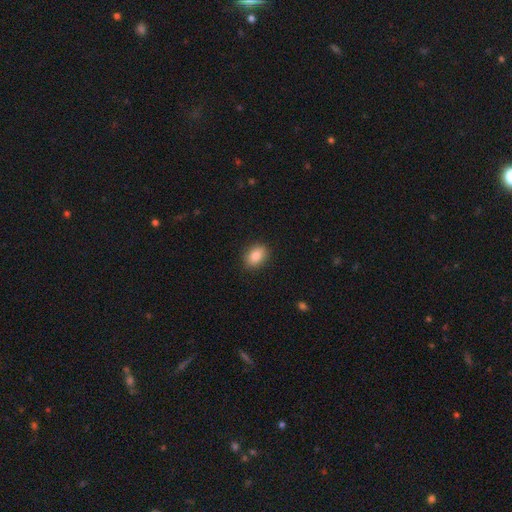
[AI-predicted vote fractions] smooth 86%, star or artifact 8%, featured or disk 6%. Down the decision tree: how rounded — in between (72%); merging — none (88%).